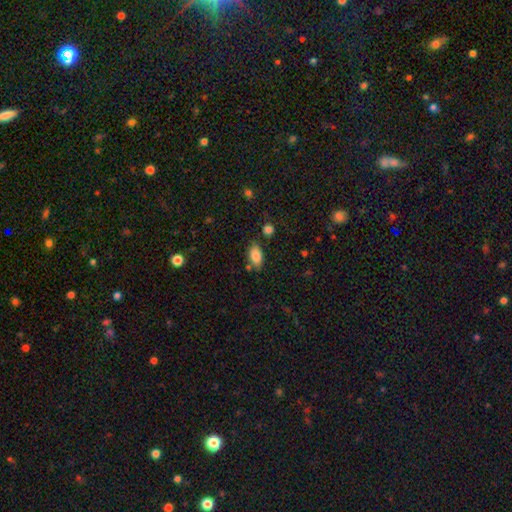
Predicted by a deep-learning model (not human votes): Smooth or featured? smooth (84%)
How rounded? in between (91%)
Merging? none (76%)